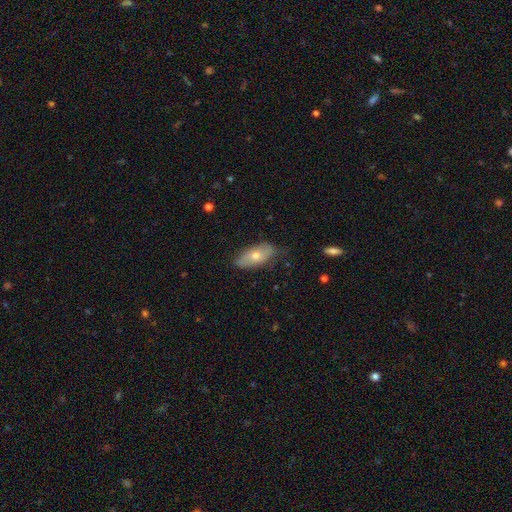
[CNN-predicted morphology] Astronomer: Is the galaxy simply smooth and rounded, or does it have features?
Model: smooth — 64%.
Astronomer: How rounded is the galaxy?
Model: in between — 87%.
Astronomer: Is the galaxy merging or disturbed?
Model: none — 72%.